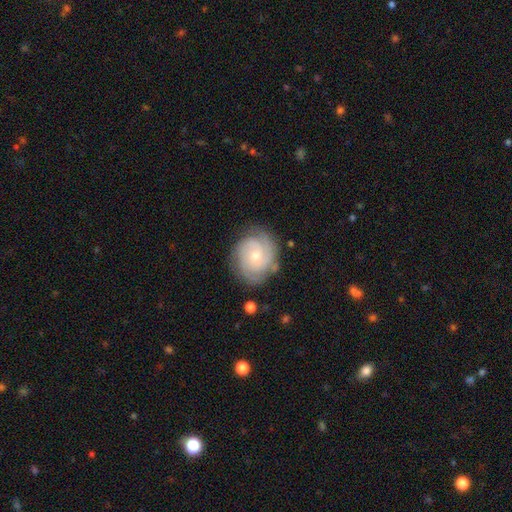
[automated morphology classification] Smooth or featured? featured or disk (79%)
Edge-on disk? no (98%)
Bar? no (71%)
Spiral arms? yes (95%)
Spiral winding? tight (64%)
Spiral arm count? 3 (35%)
Bulge size? small (56%)
Merging? none (77%)